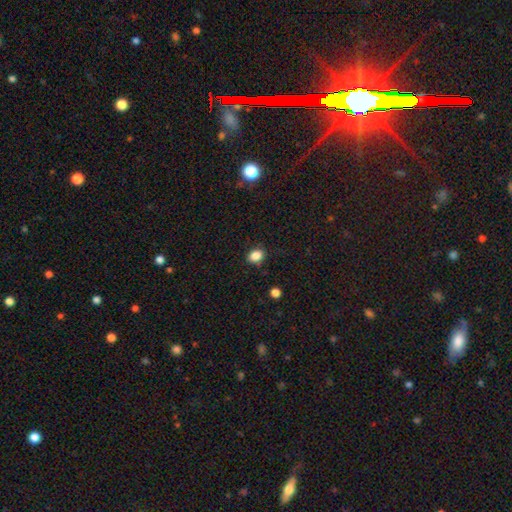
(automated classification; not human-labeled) Morphology: type=smooth (86%); roundness=in between (60%); merging=none (84%).